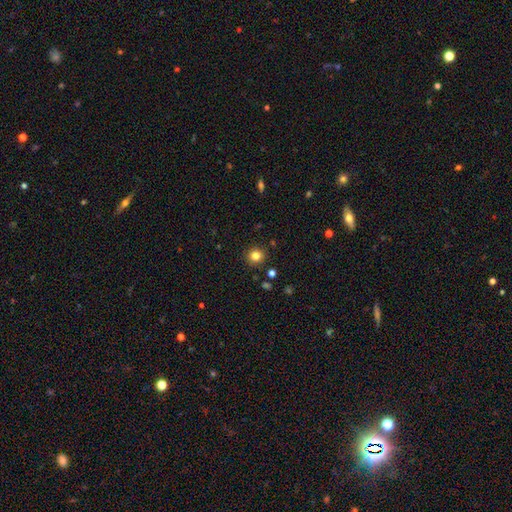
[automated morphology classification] Smooth or featured?
  - smooth: 81% *
  - star or artifact: 13%
  - featured or disk: 6%
How rounded?
  - round: 90% *
  - in between: 9%
  - cigar-shaped: 1%
Merging?
  - none: 90% *
  - minor disturbance: 6%
  - major disturbance: 2%
  - merger: 2%